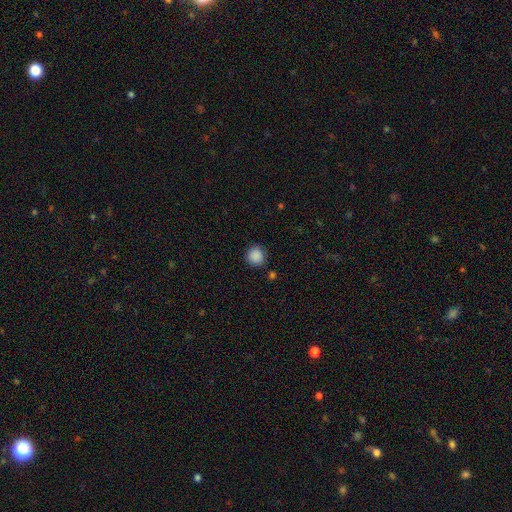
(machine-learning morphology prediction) Q: Smooth or featured?
A: smooth (88%); runner-up: star or artifact (9%)
Q: How rounded?
A: round (91%); runner-up: in between (8%)
Q: Merging?
A: none (86%); runner-up: minor disturbance (8%)